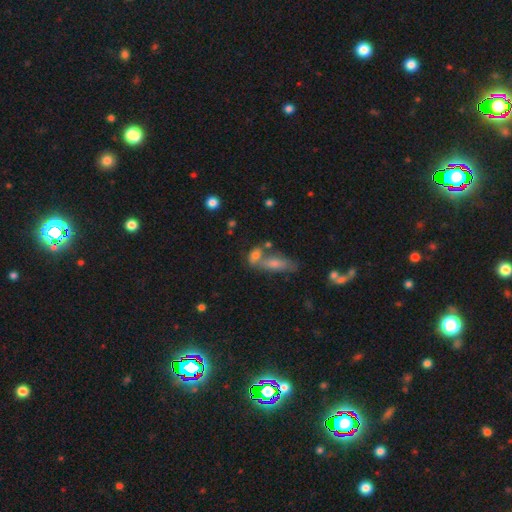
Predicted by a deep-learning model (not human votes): smooth_or_featured: smooth (p=0.72) [alt: featured or disk p=0.16]
how_rounded: in between (p=0.68) [alt: round p=0.17]
merging: merger (p=0.42) [alt: none p=0.40]